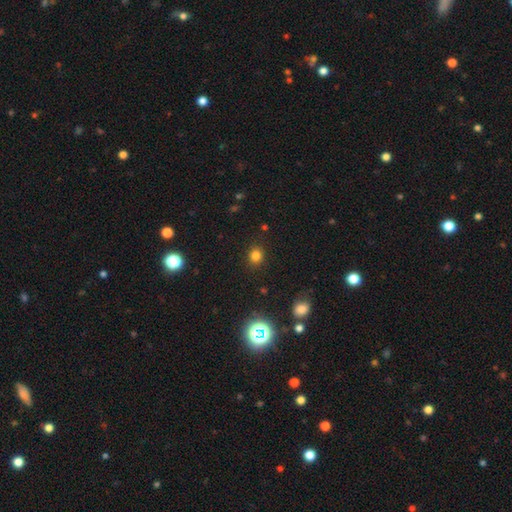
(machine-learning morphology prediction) smooth_or_featured: smooth (p=0.79) [alt: star or artifact p=0.16]
how_rounded: round (p=0.81) [alt: in between p=0.18]
merging: none (p=0.88) [alt: minor disturbance p=0.08]